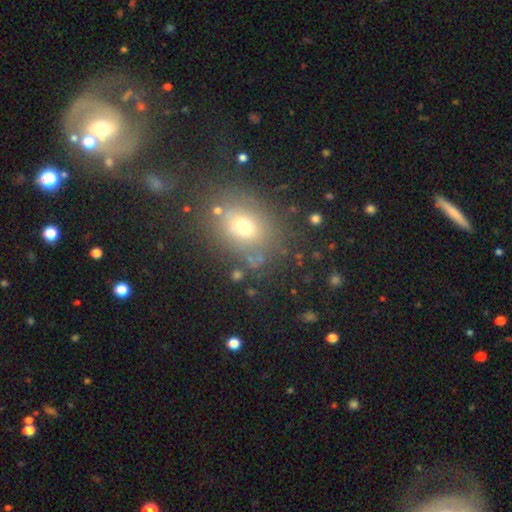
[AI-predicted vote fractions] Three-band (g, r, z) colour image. It shows a smooth galaxy with no disk features (63%) that is in between round and cigar-shaped (49%, tied with round). Merging: none (74%).